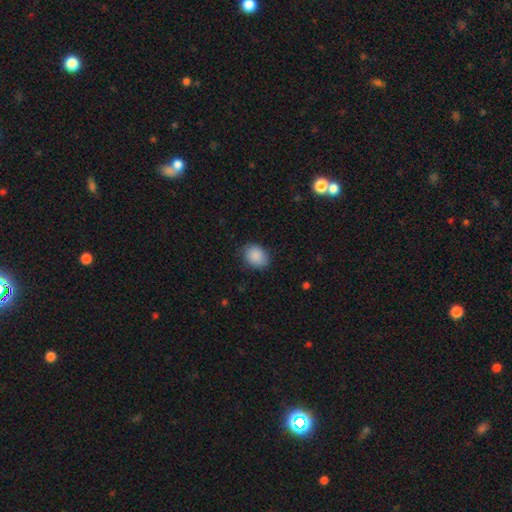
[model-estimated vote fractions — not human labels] Smooth or featured?
  - smooth: 89% *
  - star or artifact: 7%
  - featured or disk: 4%
How rounded?
  - in between: 61% *
  - round: 38%
  - cigar-shaped: 1%
Merging?
  - none: 82% *
  - minor disturbance: 14%
  - major disturbance: 3%
  - merger: 1%